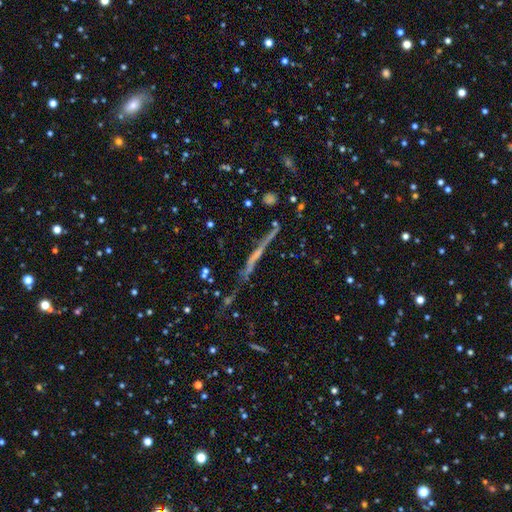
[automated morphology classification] Q: Smooth or featured?
A: featured or disk (59%); runner-up: smooth (24%)
Q: Edge-on disk?
A: yes (91%); runner-up: no (9%)
Q: Edge-on bulge?
A: none (69%); runner-up: rounded (21%)
Q: Merging?
A: none (67%); runner-up: minor disturbance (19%)